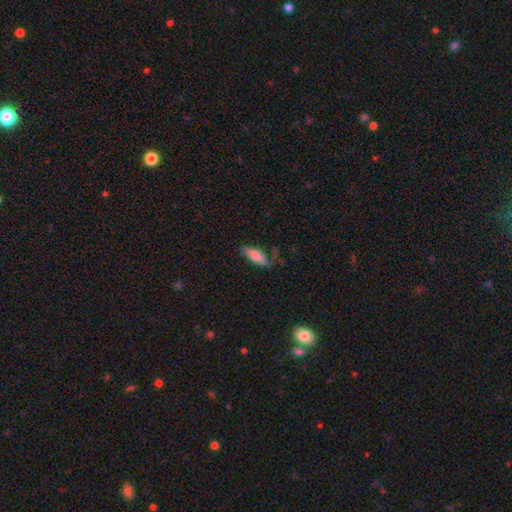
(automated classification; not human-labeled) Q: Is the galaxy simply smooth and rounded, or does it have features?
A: smooth — 80%.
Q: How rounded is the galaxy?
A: in between — 70%.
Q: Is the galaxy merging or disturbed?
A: none — 67%.